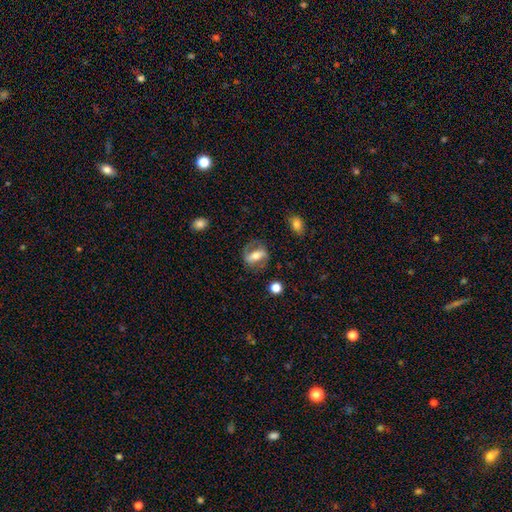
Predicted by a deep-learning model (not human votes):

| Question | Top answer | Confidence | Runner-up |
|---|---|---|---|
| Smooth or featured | featured or disk | 60% | smooth (32%) |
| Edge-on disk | no | 85% | yes (15%) |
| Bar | strong | 61% | weak (22%) |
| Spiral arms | yes | 65% | no (35%) |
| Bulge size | moderate | 60% | small (25%) |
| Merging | none | 73% | minor disturbance (15%) |